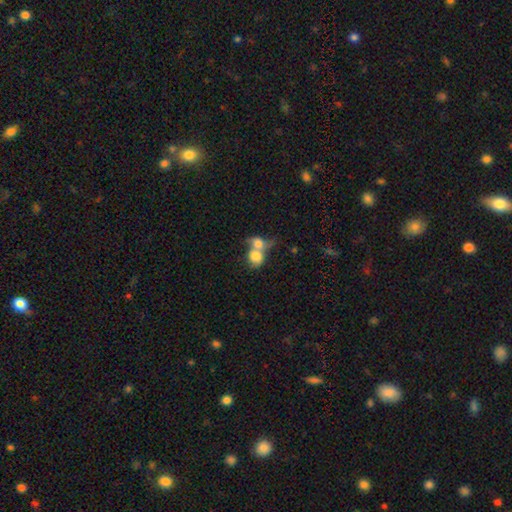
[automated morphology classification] Overall: smooth (75%). How rounded: round (65%; in between 33%). Merging: merger (75%).